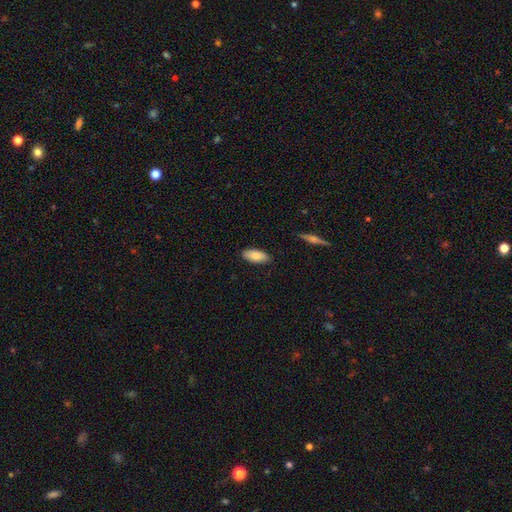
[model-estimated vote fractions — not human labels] This is clearly a smooth galaxy (83%). How rounded: clearly in between (86%). Merging: clearly none (86%).